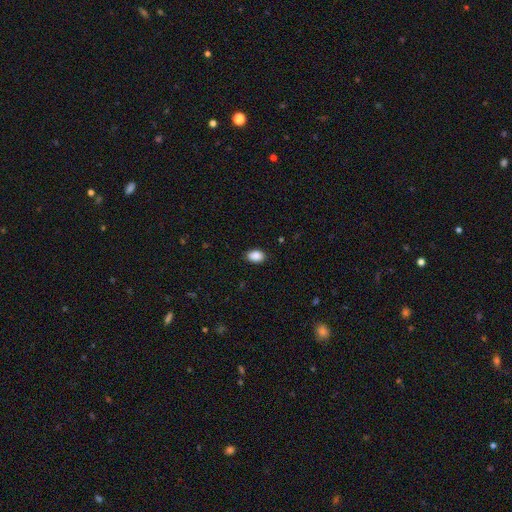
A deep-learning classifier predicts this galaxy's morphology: Smooth or featured? smooth (89%)
How rounded? in between (85%)
Merging? none (87%)